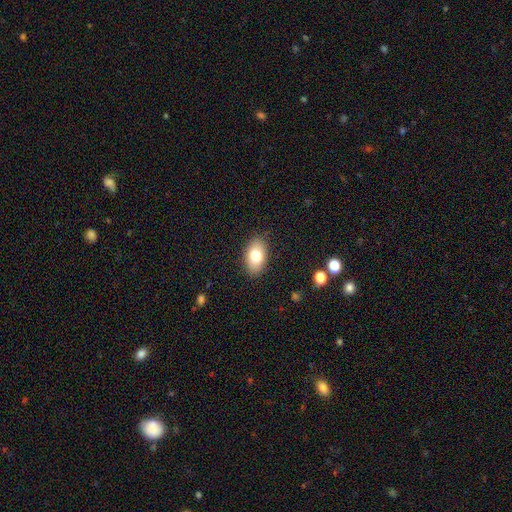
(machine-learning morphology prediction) Smooth or featured? Predicted: smooth (p=0.77). How rounded? Predicted: in between (p=0.90). Merging? Predicted: none (p=0.87).